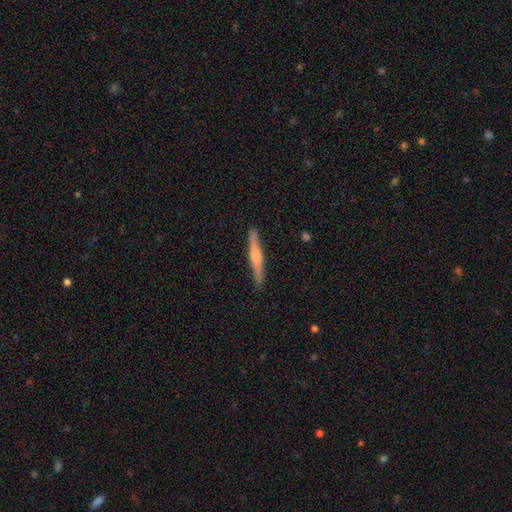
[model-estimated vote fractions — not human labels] This appears to be a featured or disk galaxy (57%) viewed edge-on (97%) with a rounded central bulge (70%). Merging: none (89%).